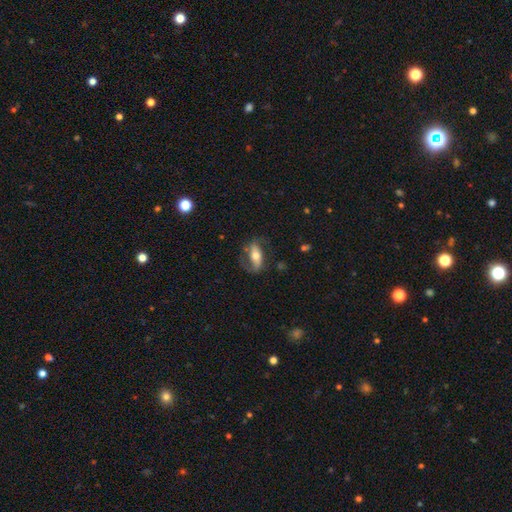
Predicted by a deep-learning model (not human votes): A featured or disk galaxy (61%) with a strong bar (43%), spiral arms (80%) and a moderate central bulge (63%). Merging: none (62%).